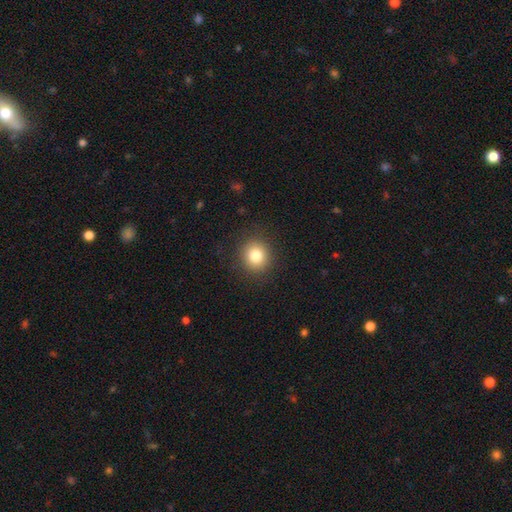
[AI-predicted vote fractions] This is clearly a smooth galaxy (81%). How rounded: clearly round (88%). Merging: clearly none (90%).